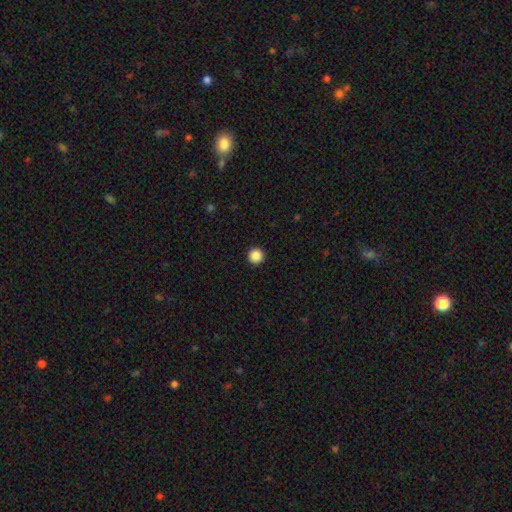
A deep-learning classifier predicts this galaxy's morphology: type=smooth (87%); roundness=round (97%); merging=none (94%).